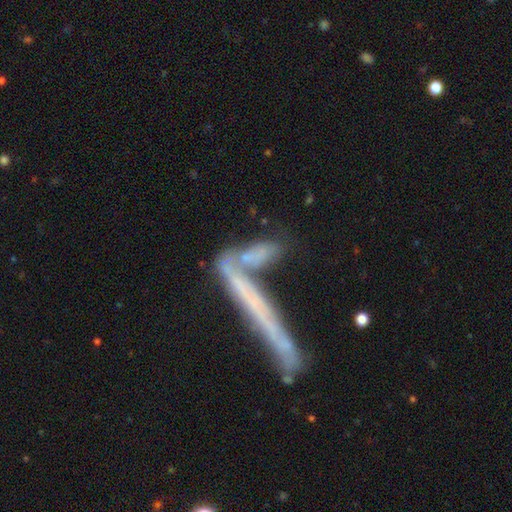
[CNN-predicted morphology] Q: Smooth or featured?
A: smooth (56%); runner-up: featured or disk (34%)
Q: How rounded?
A: cigar-shaped (66%); runner-up: in between (29%)
Q: Merging?
A: none (42%); runner-up: merger (35%)